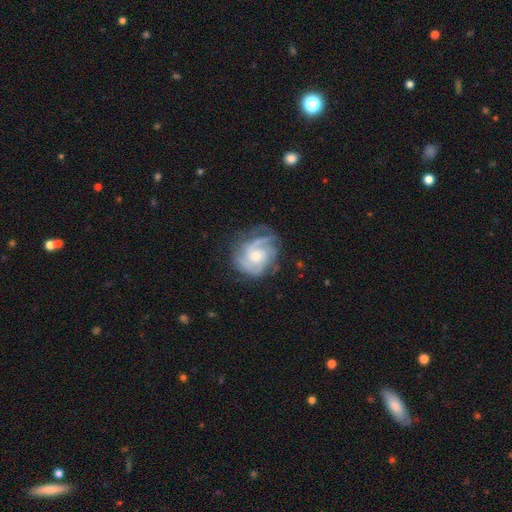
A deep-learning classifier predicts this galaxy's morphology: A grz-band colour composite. It shows a featured or disk galaxy (81%) with no bar (71%), 3 (31%) tight (50%) spiral arms (94%) and a moderate central bulge (54%). Merging: none (60%).